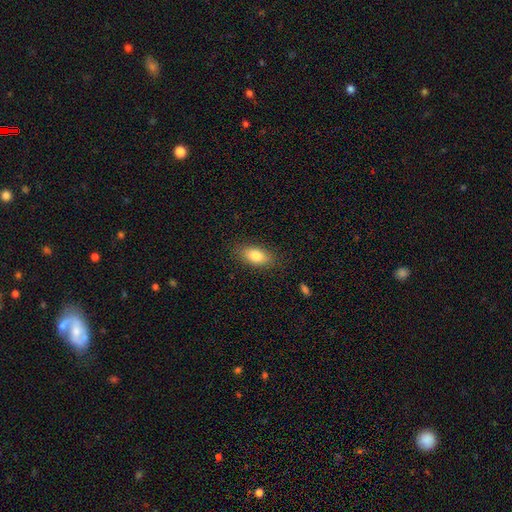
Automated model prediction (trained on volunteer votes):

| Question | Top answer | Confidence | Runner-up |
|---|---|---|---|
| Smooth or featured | smooth | 79% | featured or disk (13%) |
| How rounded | in between | 86% | cigar-shaped (8%) |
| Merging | none | 86% | minor disturbance (10%) |